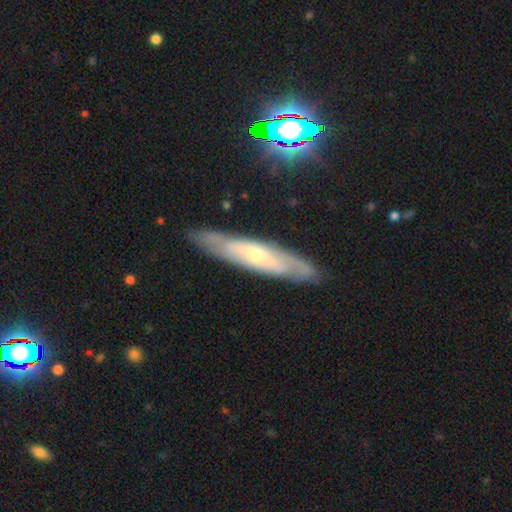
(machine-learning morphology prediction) A featured or disk galaxy (66%).

Vote fractions:
- Smooth or featured? featured or disk: 66% / smooth: 28% / star or artifact: 6%
- Edge-on disk? no: 52% / yes: 48%
- Merging? none: 84% / minor disturbance: 12% / major disturbance: 3% / merger: 1%